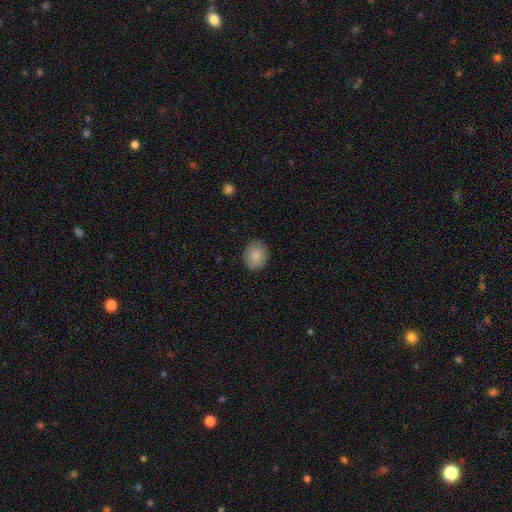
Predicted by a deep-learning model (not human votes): Morphology: type=smooth (87%); roundness=round (52%); merging=none (88%).